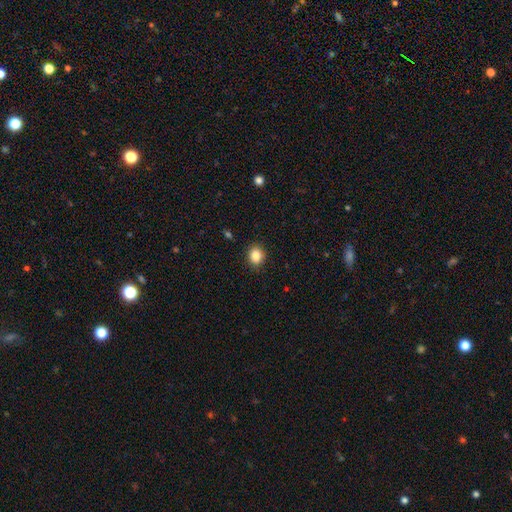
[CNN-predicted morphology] This appears to be a smooth galaxy with no disk features (86%) that is round (65%). Merging: none (88%).